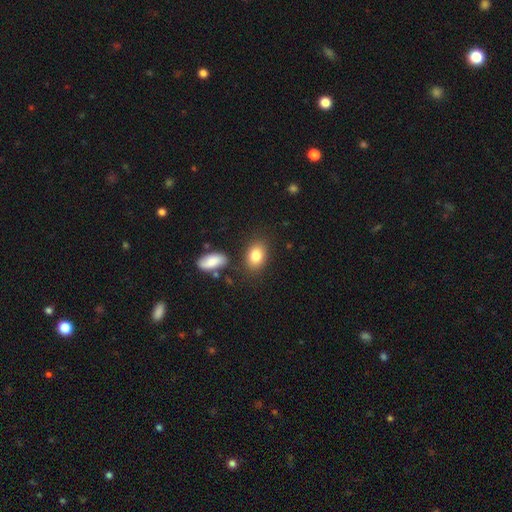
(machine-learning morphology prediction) smooth_or_featured: smooth (p=0.84) [alt: featured or disk p=0.08]
how_rounded: in between (p=0.80) [alt: round p=0.19]
merging: none (p=0.78) [alt: minor disturbance p=0.12]